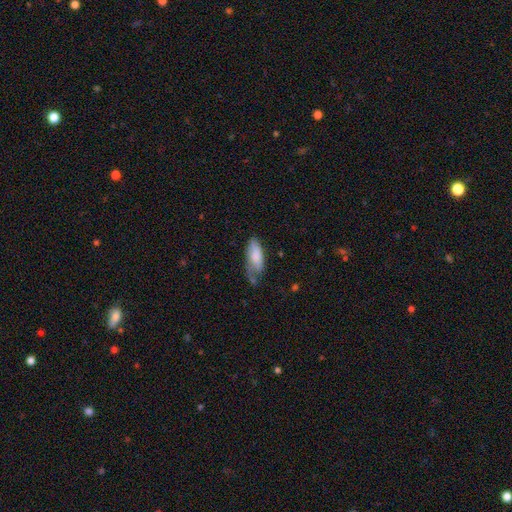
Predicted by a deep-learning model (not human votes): Morphology: type=smooth (79%); roundness=in between (78%); merging=minor disturbance (38%, tied with none).